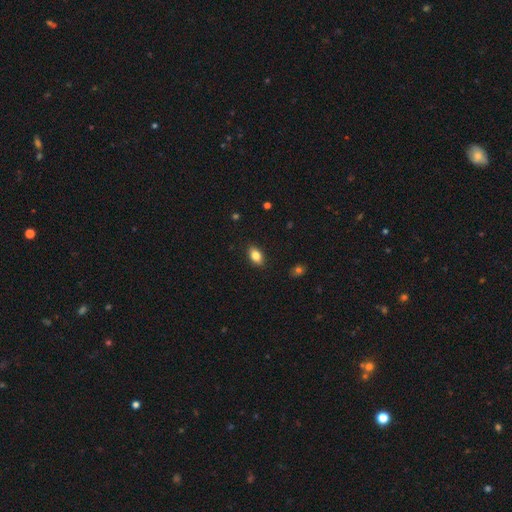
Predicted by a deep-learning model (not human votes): Smooth or featured?
  - smooth: 83% *
  - featured or disk: 9%
  - star or artifact: 8%
How rounded?
  - in between: 88% *
  - round: 9%
  - cigar-shaped: 2%
Merging?
  - none: 89% *
  - minor disturbance: 8%
  - major disturbance: 2%
  - merger: 1%